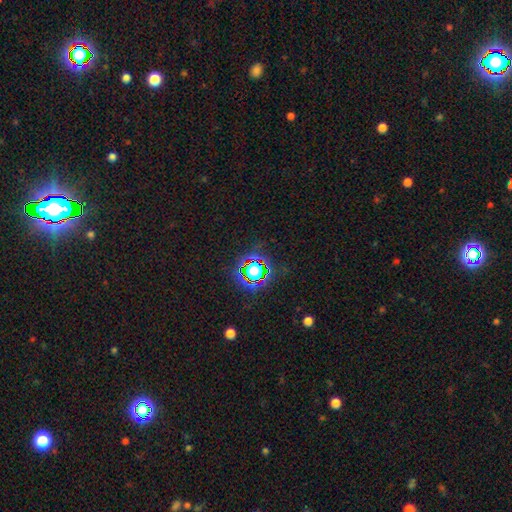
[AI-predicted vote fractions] A star or artifact, not a galaxy (81%).

Vote fractions:
- Smooth or featured? star or artifact: 81% / smooth: 12% / featured or disk: 7%